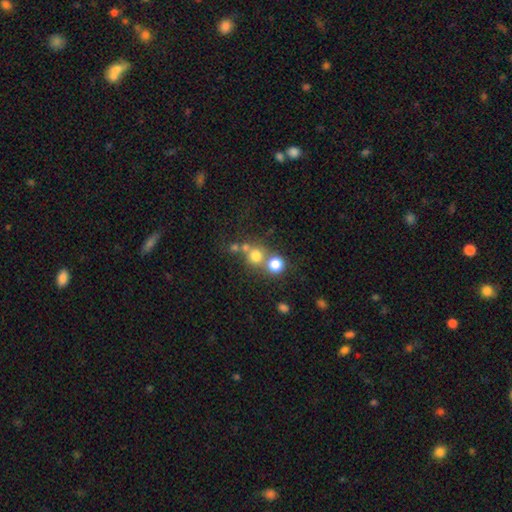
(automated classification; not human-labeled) Q: Smooth or featured?
A: smooth (71%); runner-up: star or artifact (16%)
Q: How rounded?
A: round (88%); runner-up: in between (11%)
Q: Merging?
A: none (49%); runner-up: merger (39%)